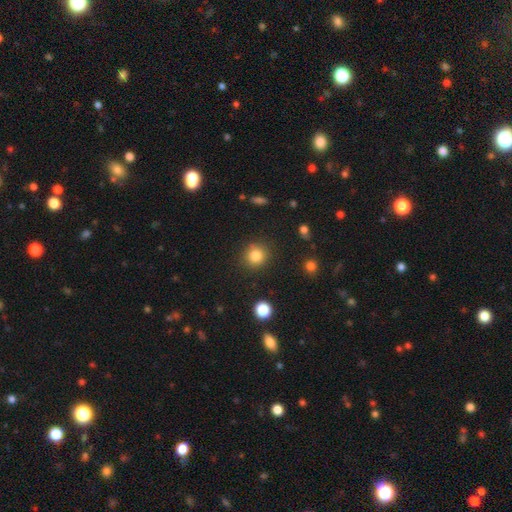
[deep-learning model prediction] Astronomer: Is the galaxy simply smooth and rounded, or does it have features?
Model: smooth — 83%.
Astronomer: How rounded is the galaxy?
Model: round — 90%.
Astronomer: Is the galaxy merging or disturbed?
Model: none — 86%.